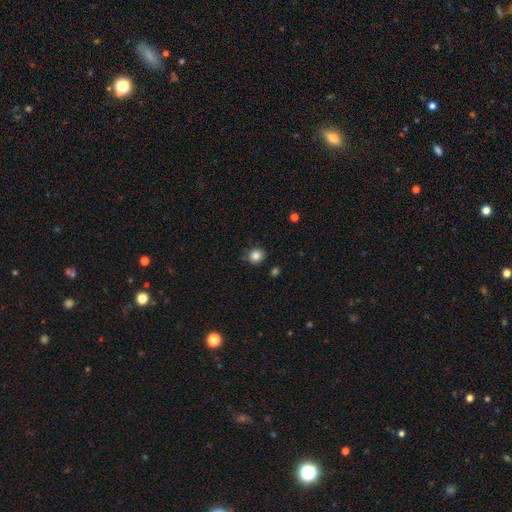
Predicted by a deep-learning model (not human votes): smooth 85%, star or artifact 11%, featured or disk 4%. Down the decision tree: how rounded — round (85%); merging — none (84%).